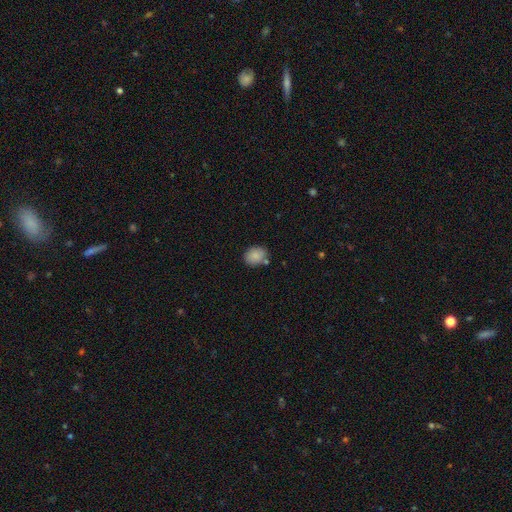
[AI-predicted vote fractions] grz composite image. It shows a smooth galaxy with no disk features (87%) that is round (51%). Merging: none (76%).